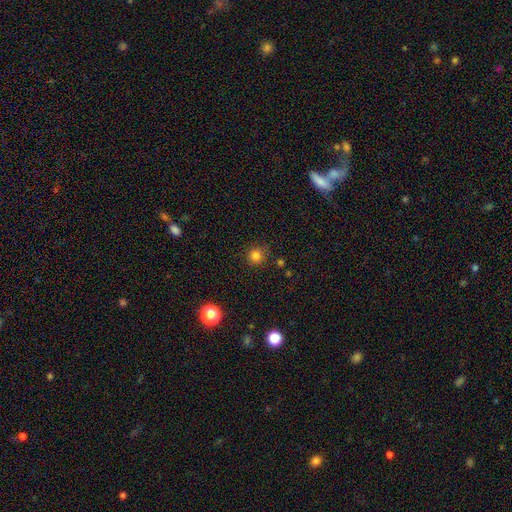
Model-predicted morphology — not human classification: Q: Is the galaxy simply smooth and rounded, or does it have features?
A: smooth — 81%.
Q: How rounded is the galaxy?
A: round — 94%.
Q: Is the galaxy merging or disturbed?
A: none — 84%.